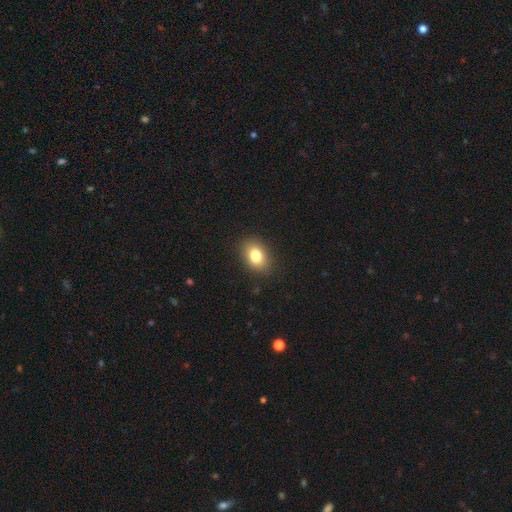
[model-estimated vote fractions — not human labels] Overall: smooth (81%). How rounded: in between (74%). Merging: none (88%).